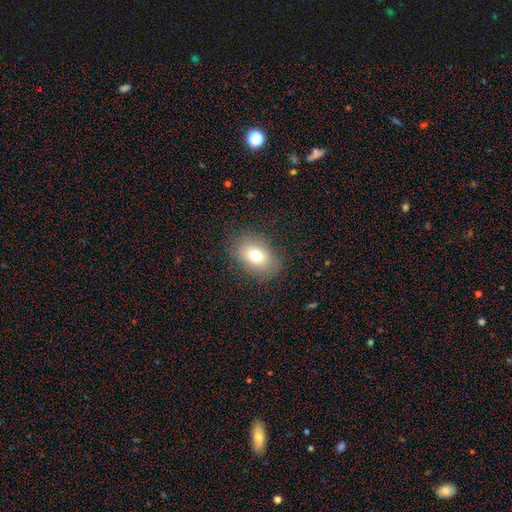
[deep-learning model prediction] Smooth or featured? Predicted: smooth (p=0.72). How rounded? Predicted: in between (p=0.72). Merging? Predicted: none (p=0.82).